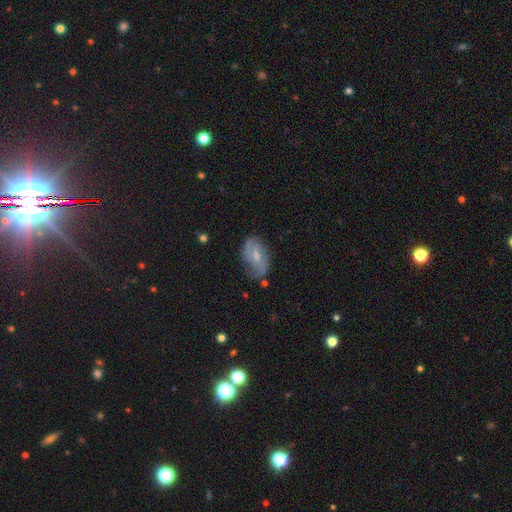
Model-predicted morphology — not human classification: Smooth or featured?
  - featured or disk: 54% *
  - smooth: 38%
  - star or artifact: 8%
Edge-on disk?
  - no: 94% *
  - yes: 6%
Bar?
  - no: 46% *
  - weak: 44%
  - strong: 11%
Spiral arms?
  - yes: 72% *
  - no: 28%
Bulge size?
  - moderate: 47% *
  - small: 46%
  - none: 3%
  - large: 2%
  - dominant: 1%
Merging?
  - none: 55% *
  - minor disturbance: 30%
  - major disturbance: 11%
  - merger: 3%